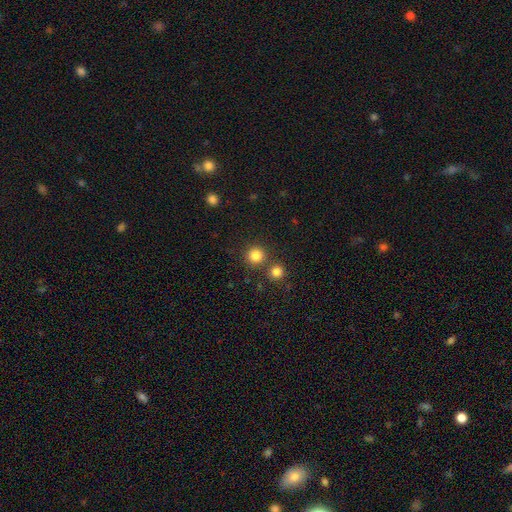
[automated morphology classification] smooth_or_featured: smooth (p=0.83) [alt: star or artifact p=0.13]
how_rounded: round (p=0.93) [alt: in between p=0.06]
merging: none (p=0.79) [alt: merger p=0.12]